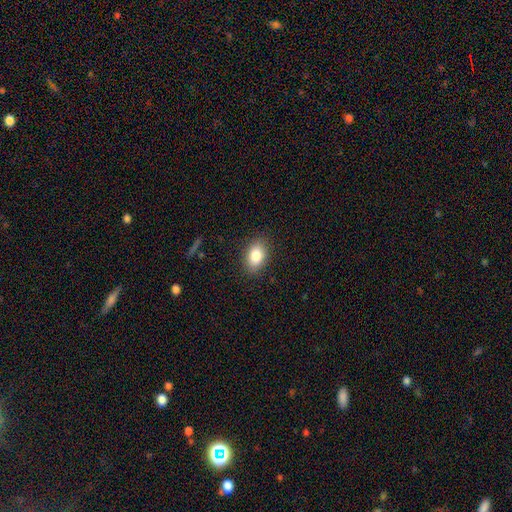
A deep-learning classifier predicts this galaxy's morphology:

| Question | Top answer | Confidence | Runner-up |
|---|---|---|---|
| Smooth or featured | smooth | 84% | star or artifact (8%) |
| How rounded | in between | 85% | round (13%) |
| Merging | none | 86% | minor disturbance (10%) |